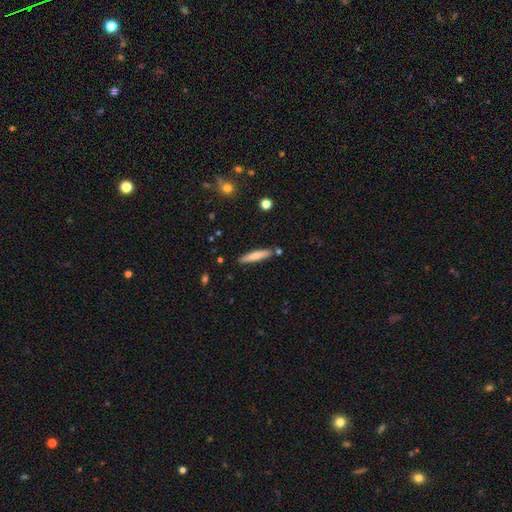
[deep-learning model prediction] This is likely a smooth galaxy (72%). How rounded: clearly cigar-shaped (89%). Merging: clearly none (84%).